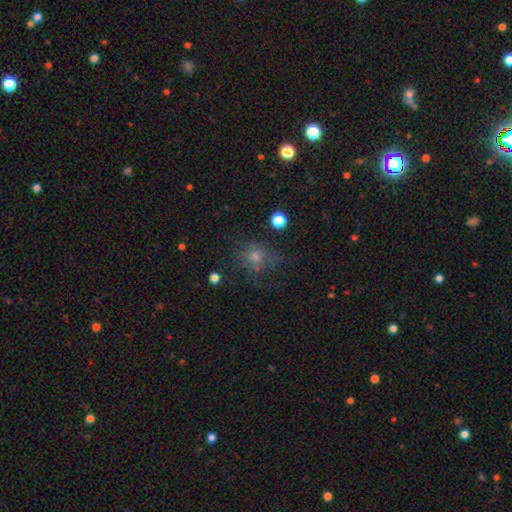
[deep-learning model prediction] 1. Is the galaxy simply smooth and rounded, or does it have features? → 55% smooth, 23% star or artifact, 22% featured or disk.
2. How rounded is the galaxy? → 73% round, 26% in between, 1% cigar-shaped.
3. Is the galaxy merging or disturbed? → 56% none, 21% minor disturbance, 19% major disturbance, 4% merger.